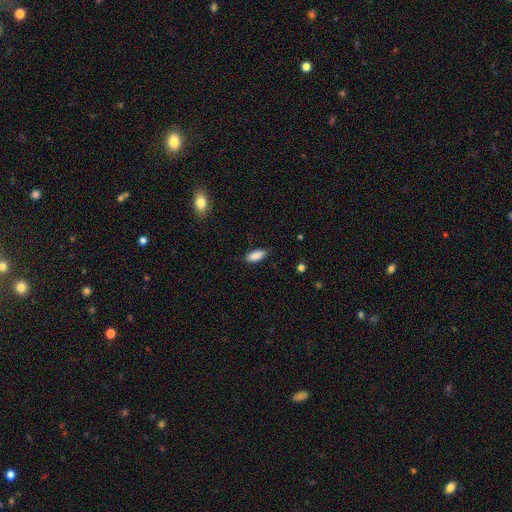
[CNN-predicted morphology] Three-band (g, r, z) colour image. It shows a smooth galaxy with no disk features (89%) that is in between round and cigar-shaped (82%). Merging: none (82%).